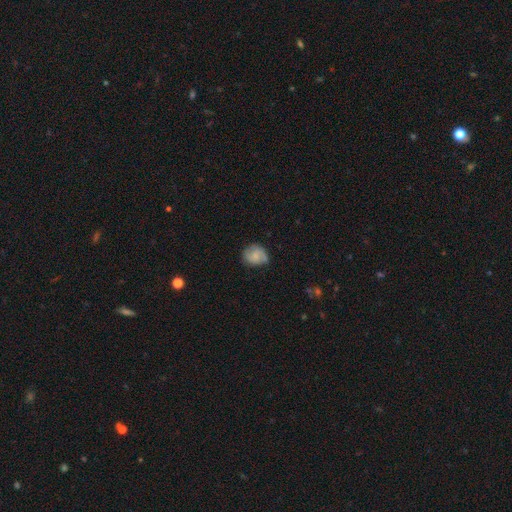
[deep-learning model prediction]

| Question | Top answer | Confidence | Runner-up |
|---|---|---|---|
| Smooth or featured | smooth | 55% | featured or disk (36%) |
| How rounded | round | 68% | in between (31%) |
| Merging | none | 63% | minor disturbance (27%) |